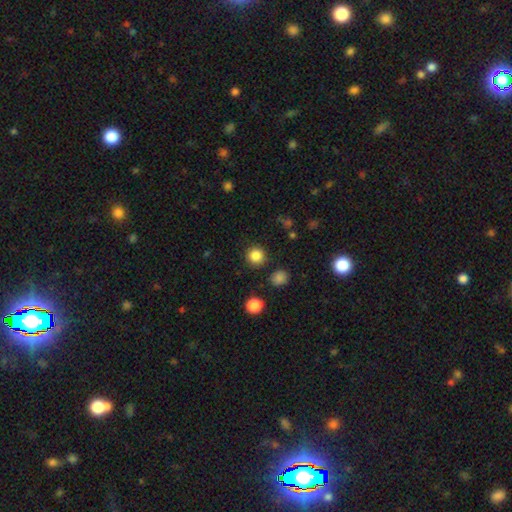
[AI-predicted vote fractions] Smooth or featured?
  - smooth: 85% *
  - star or artifact: 12%
  - featured or disk: 4%
How rounded?
  - round: 94% *
  - in between: 5%
  - cigar-shaped: 1%
Merging?
  - none: 89% *
  - minor disturbance: 6%
  - major disturbance: 2%
  - merger: 2%